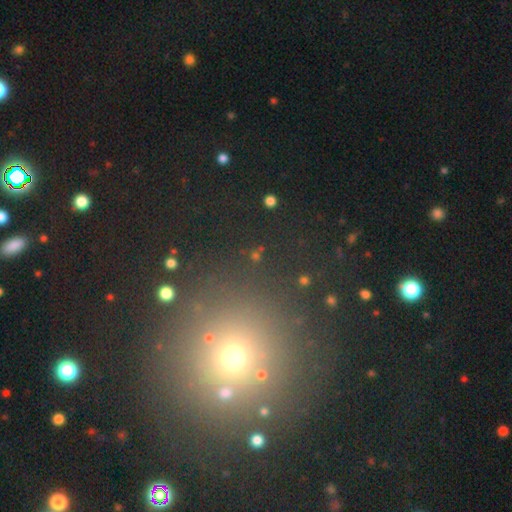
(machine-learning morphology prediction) Smooth or featured: star or artifact — 46% (smooth — 45%)